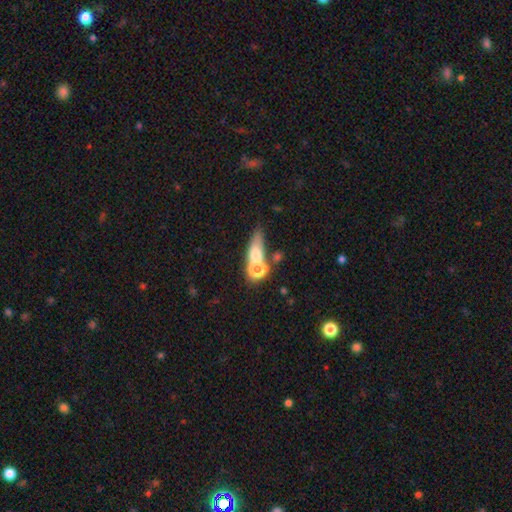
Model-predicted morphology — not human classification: A smooth galaxy with no disk features (59%) that is in between round and cigar-shaped (42%). Merging: merger (44%).